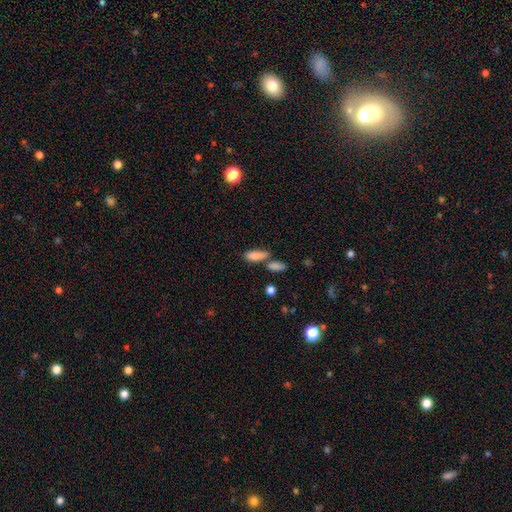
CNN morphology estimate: Smooth or featured?
  - smooth: 83% *
  - star or artifact: 9%
  - featured or disk: 8%
How rounded?
  - in between: 72% *
  - cigar-shaped: 26%
  - round: 3%
Merging?
  - none: 43% *
  - merger: 38%
  - minor disturbance: 13%
  - major disturbance: 5%